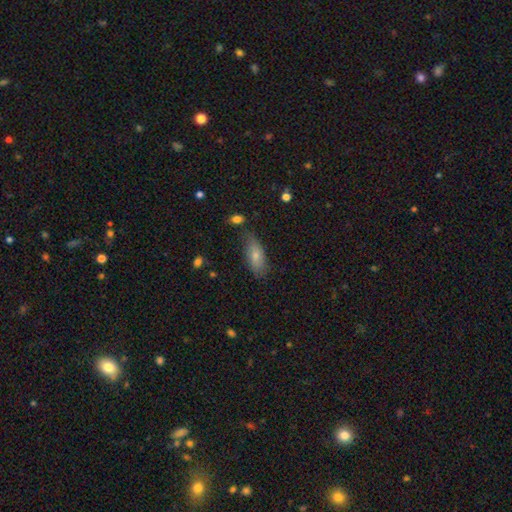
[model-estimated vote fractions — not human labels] Morphology: type=smooth (74%); roundness=in between (81%); merging=none (70%).